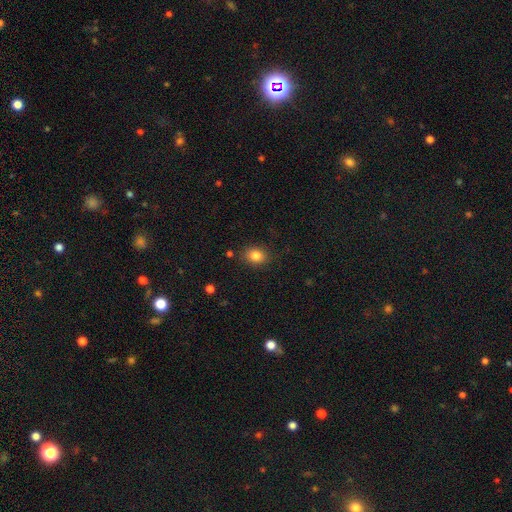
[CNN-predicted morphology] A smooth galaxy with no disk features (83%) that is round (51%). Merging: none (84%).